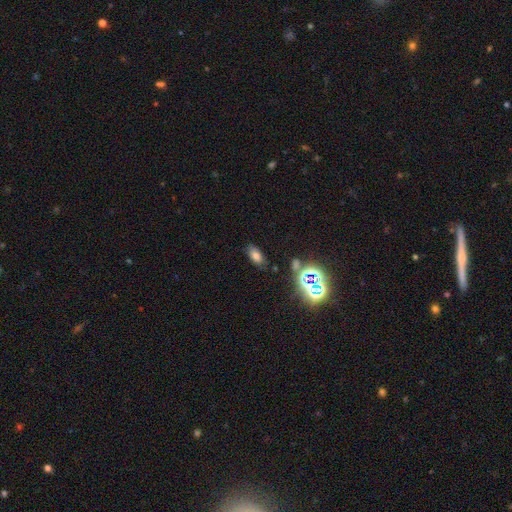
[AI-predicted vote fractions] A smooth galaxy with no disk features (64%) that is in between round and cigar-shaped (89%). Merging: none (81%).